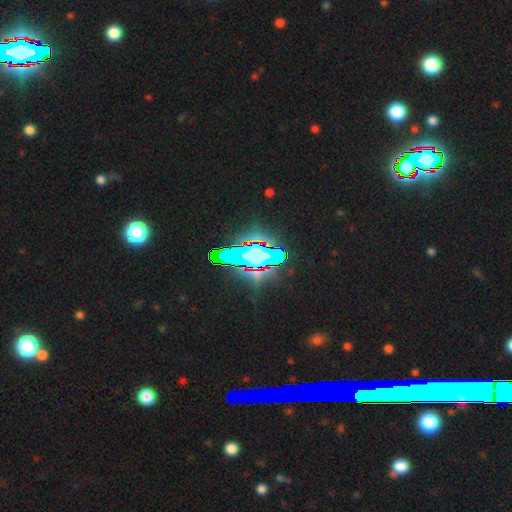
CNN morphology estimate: A star or artifact, not a galaxy (53%).

Vote fractions:
- Smooth or featured? star or artifact: 53% / featured or disk: 26% / smooth: 21%